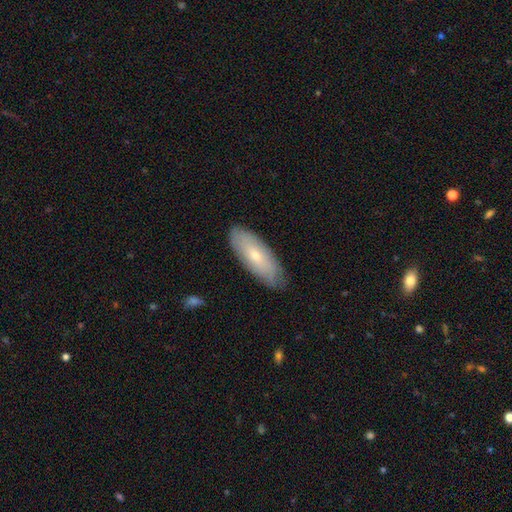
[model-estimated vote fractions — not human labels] This is possibly a smooth galaxy (59%). How rounded: likely in between (71%). Merging: clearly none (82%).